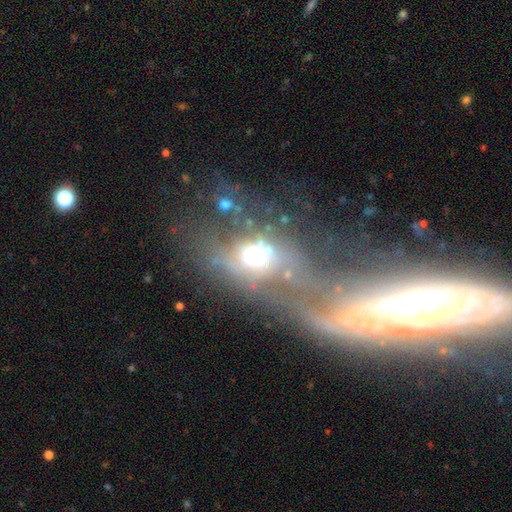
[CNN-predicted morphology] type=featured or disk (51%); edge-on=no (89%); merging=merger (42%).